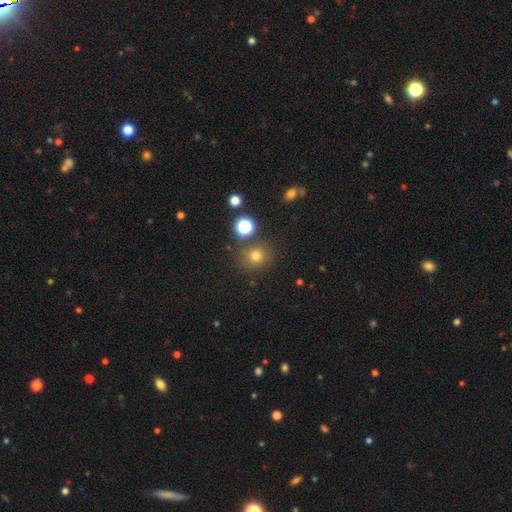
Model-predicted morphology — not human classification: Smooth or featured?
  - smooth: 73% *
  - star or artifact: 19%
  - featured or disk: 8%
How rounded?
  - round: 79% *
  - in between: 20%
  - cigar-shaped: 1%
Merging?
  - none: 79% *
  - minor disturbance: 10%
  - merger: 7%
  - major disturbance: 4%